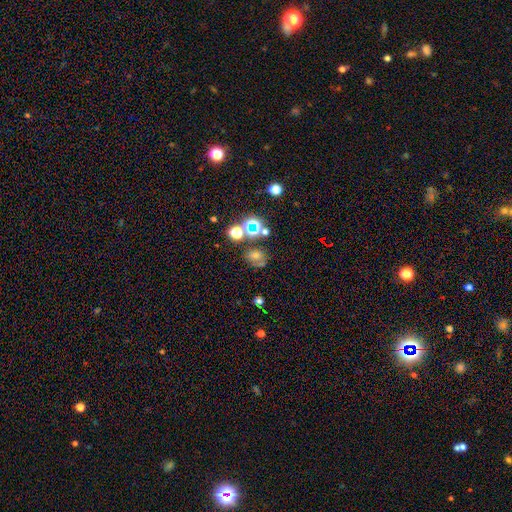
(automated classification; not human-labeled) smooth_or_featured: star or artifact (p=0.47) [alt: smooth p=0.33]